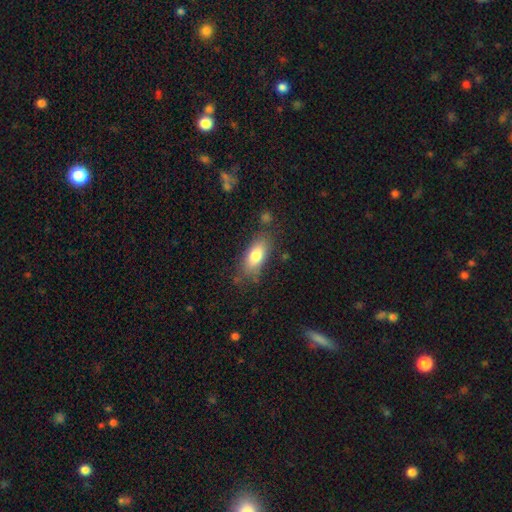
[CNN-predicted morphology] Smooth or featured? smooth (78%)
How rounded? in between (85%)
Merging? none (74%)